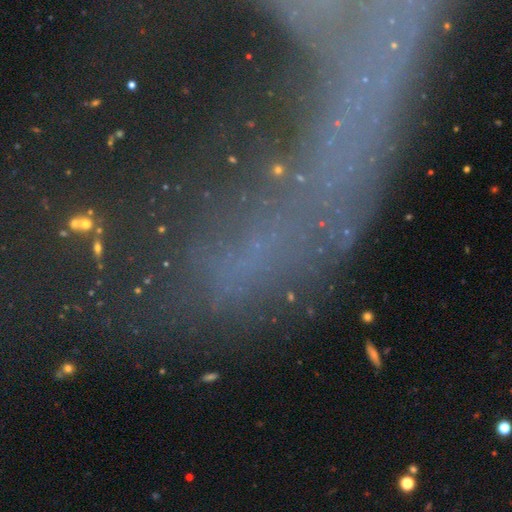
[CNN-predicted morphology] Q: Smooth or featured?
A: star or artifact (45%); runner-up: featured or disk (35%)